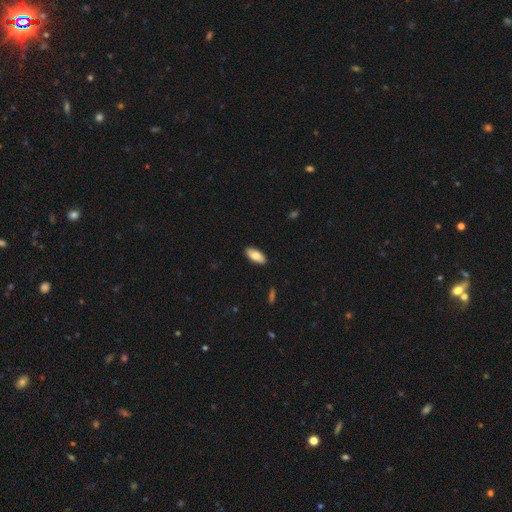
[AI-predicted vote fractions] smooth 80%, featured or disk 15%, star or artifact 6%. Down the decision tree: how rounded — in between (88%); merging — none (89%).